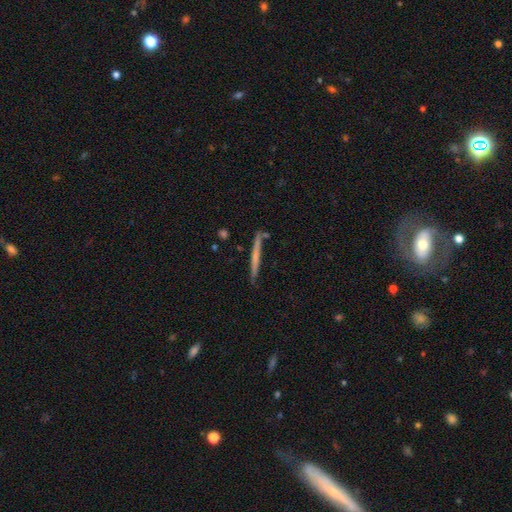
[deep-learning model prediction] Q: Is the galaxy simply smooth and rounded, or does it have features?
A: smooth — 50%.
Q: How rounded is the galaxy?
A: cigar-shaped — 97%.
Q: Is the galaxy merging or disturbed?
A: none — 85%.